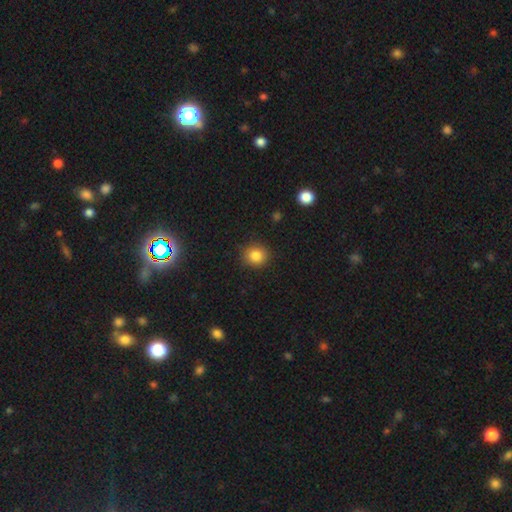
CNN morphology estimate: Smooth or featured? smooth (84%)
How rounded? round (86%)
Merging? none (88%)